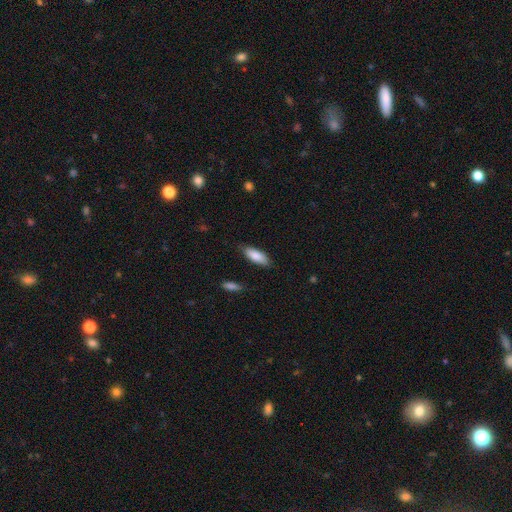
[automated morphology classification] A smooth galaxy with no disk features (86%) that is in between round and cigar-shaped (69%). Merging: none (83%).